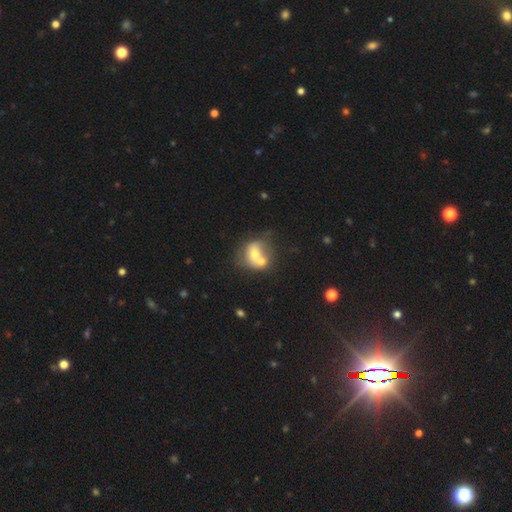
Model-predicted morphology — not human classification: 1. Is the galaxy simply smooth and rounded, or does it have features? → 56% smooth, 34% featured or disk, 9% star or artifact.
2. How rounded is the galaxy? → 58% round, 41% in between, 1% cigar-shaped.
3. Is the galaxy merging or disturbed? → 63% merger, 21% none, 10% minor disturbance, 6% major disturbance.